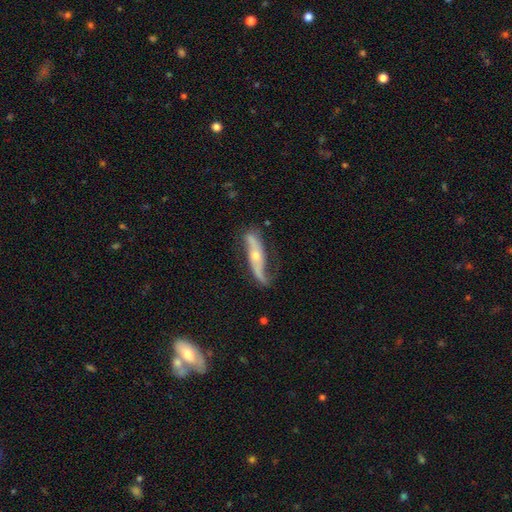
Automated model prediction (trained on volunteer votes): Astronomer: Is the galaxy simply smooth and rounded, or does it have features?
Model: featured or disk — 70%.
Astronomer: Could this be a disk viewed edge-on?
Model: yes — 51% (runner-up: no, 49%).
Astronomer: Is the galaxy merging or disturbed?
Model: none — 63%.